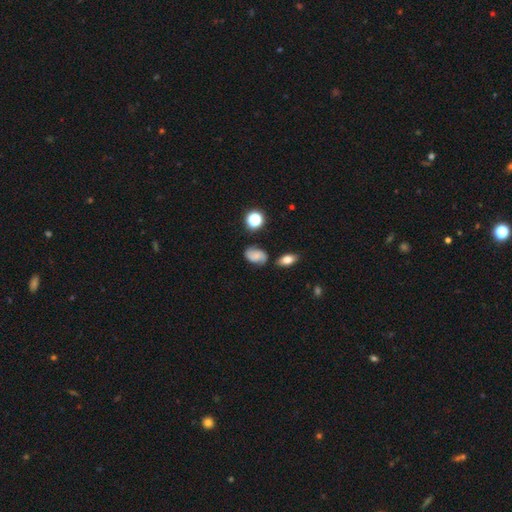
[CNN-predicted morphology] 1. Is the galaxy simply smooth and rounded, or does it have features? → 50% smooth, 37% featured or disk, 13% star or artifact.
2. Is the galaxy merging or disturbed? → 67% none, 22% minor disturbance, 6% major disturbance, 6% merger.